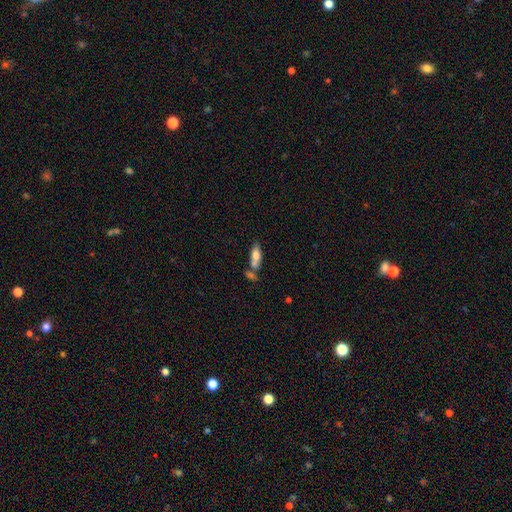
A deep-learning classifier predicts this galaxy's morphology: This appears to be a smooth galaxy with no disk features (69%) that is in between round and cigar-shaped (71%). Merging: merger (43%).